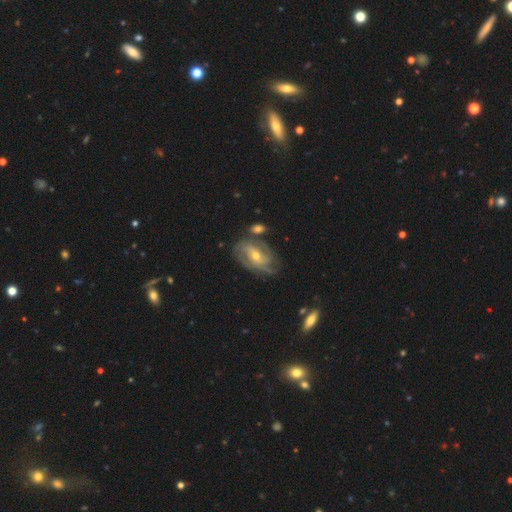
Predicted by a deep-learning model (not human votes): smooth-or-featured: featured or disk: 84% | smooth: 10% | star or artifact: 5%
  disk-edge-on: no: 96% | yes: 4%
    bar: weak: 42% | no: 38% | strong: 20%
    has-spiral-arms: yes: 94% | no: 6%
      spiral-winding: tight: 49% | medium: 38% | loose: 13%
      spiral-arm-count: 2: 30% (tied) | 3: 30% (tied) | can't tell: 23% | 4: 9% | 1: 4% | more than 4: 4%
    bulge-size: moderate: 50% | small: 47% | large: 2% | none: 1% | dominant: 1%
  merging: none: 64% | minor disturbance: 20% | merger: 9% | major disturbance: 8%